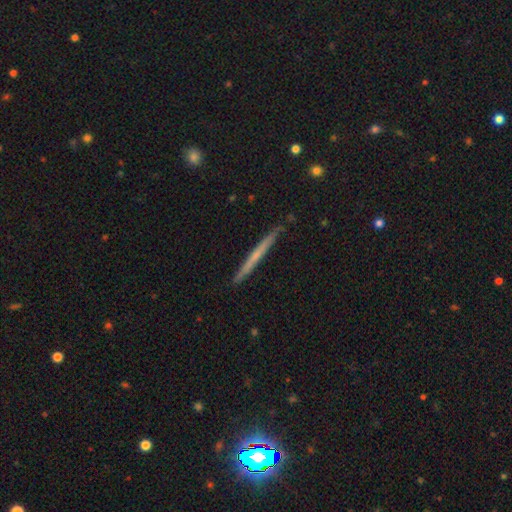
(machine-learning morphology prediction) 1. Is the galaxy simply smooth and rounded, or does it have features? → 51% featured or disk, 43% smooth, 6% star or artifact.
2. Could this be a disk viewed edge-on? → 98% yes, 2% no.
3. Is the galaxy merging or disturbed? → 91% none, 7% minor disturbance, 1% major disturbance, 1% merger.